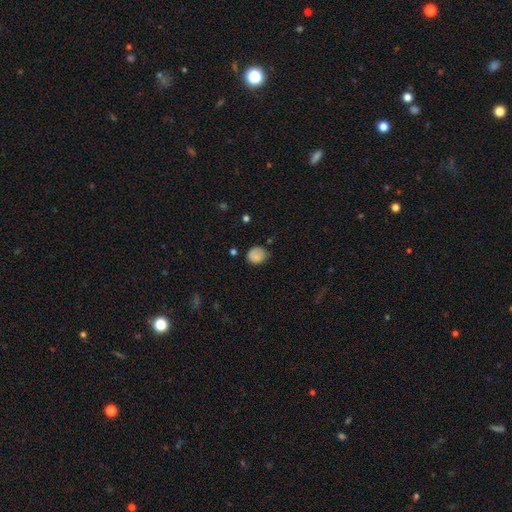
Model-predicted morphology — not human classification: Smooth or featured?
  - smooth: 78% *
  - featured or disk: 13%
  - star or artifact: 9%
How rounded?
  - round: 66% *
  - in between: 33%
  - cigar-shaped: 1%
Merging?
  - none: 61% *
  - minor disturbance: 28%
  - major disturbance: 9%
  - merger: 3%